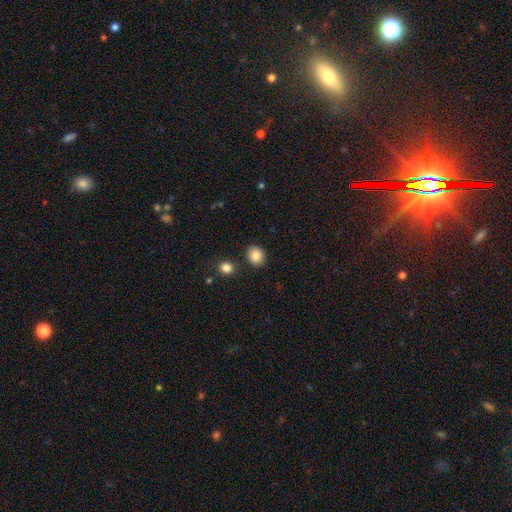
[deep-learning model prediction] Smooth or featured? Predicted: smooth (p=0.87). How rounded? Predicted: round (p=0.62). Merging? Predicted: none (p=0.86).